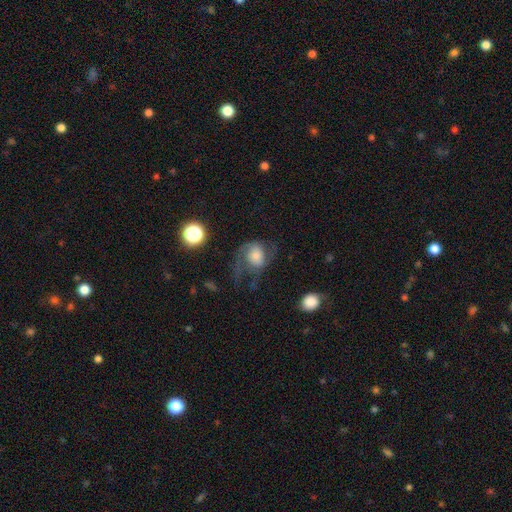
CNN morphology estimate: A featured or disk galaxy (63%) with no bar (68%), 2 (69%) medium (45%) spiral arms (88%) and a moderate central bulge (38%). Merging: none (41%).